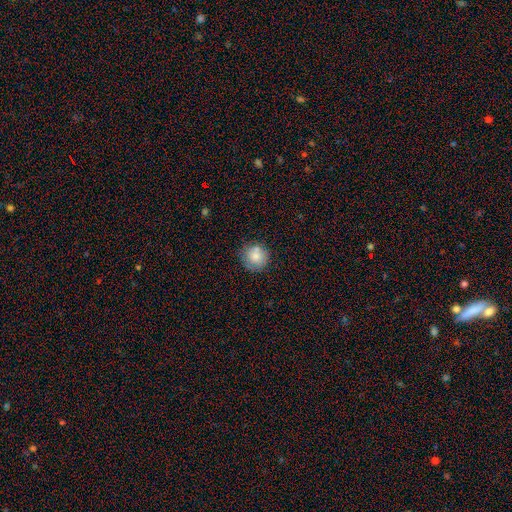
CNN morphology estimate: smooth 80%, featured or disk 11%, star or artifact 9%. Down the decision tree: how rounded — round (93%); merging — none (76%).